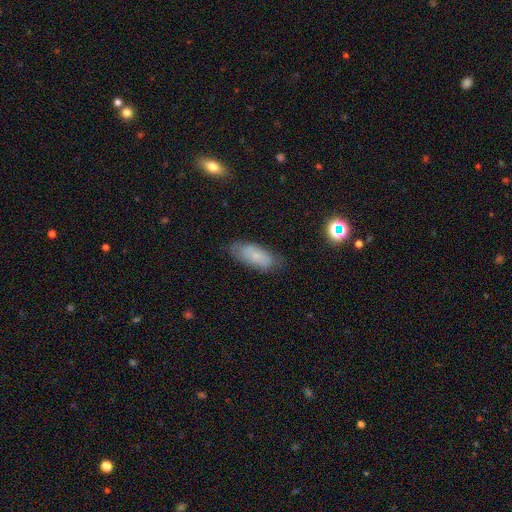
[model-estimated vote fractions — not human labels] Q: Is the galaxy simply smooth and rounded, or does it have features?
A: smooth — 67%.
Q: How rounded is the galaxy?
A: in between — 82%.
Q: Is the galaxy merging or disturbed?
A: none — 71%.